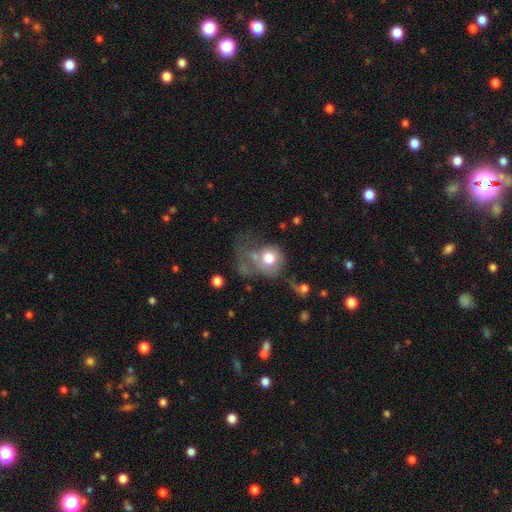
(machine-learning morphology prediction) smooth_or_featured: smooth (p=0.60) [alt: featured or disk p=0.26]
how_rounded: round (p=0.73) [alt: in between p=0.25]
merging: major disturbance (p=0.46) [alt: none p=0.24]